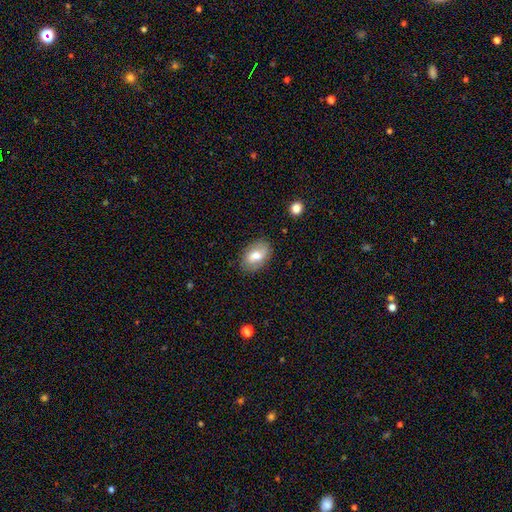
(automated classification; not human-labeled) Smooth or featured?
  - smooth: 71% *
  - featured or disk: 22%
  - star or artifact: 7%
How rounded?
  - in between: 90% *
  - round: 9%
  - cigar-shaped: 1%
Merging?
  - none: 83% *
  - minor disturbance: 13%
  - major disturbance: 3%
  - merger: 1%